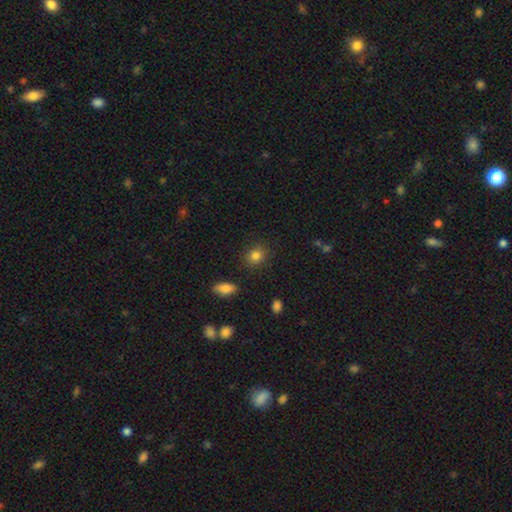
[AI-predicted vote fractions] Smooth or featured? Predicted: smooth (p=0.83). How rounded? Predicted: round (p=0.67). Merging? Predicted: none (p=0.86).